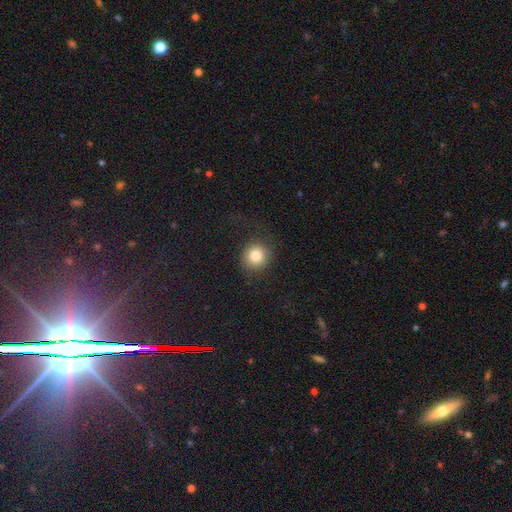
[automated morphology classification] smooth-or-featured: smooth: 83% | star or artifact: 10% | featured or disk: 7%
  how-rounded: round: 90% | in between: 9% | cigar-shaped: 1%
  merging: none: 81% | minor disturbance: 11% | major disturbance: 7% | merger: 1%